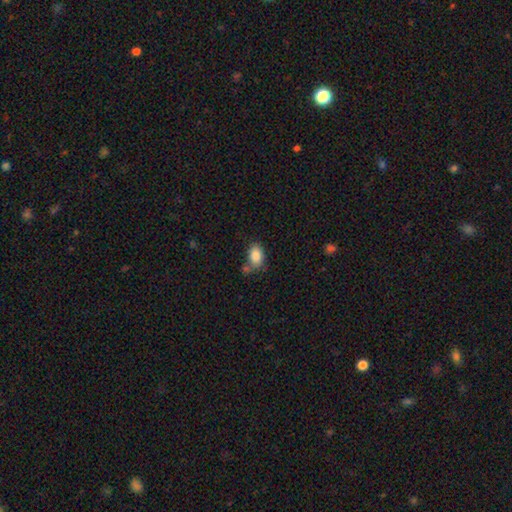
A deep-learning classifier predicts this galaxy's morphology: A smooth galaxy with no disk features (87%) that is in between round and cigar-shaped (87%). Merging: none (58%).